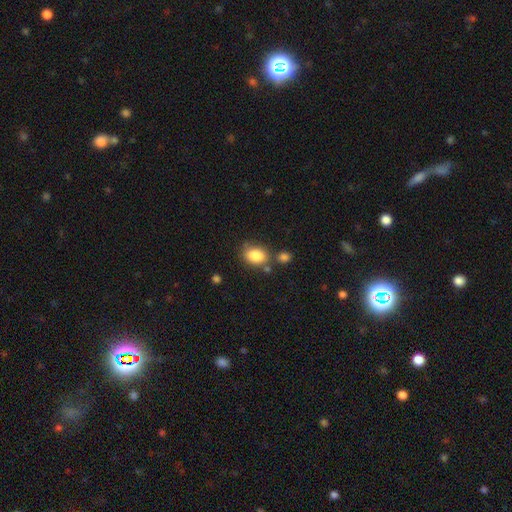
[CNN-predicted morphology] Smooth or featured?
  - smooth: 85% *
  - star or artifact: 9%
  - featured or disk: 6%
How rounded?
  - in between: 72% *
  - round: 27%
  - cigar-shaped: 1%
Merging?
  - none: 63% *
  - minor disturbance: 17%
  - merger: 15%
  - major disturbance: 5%